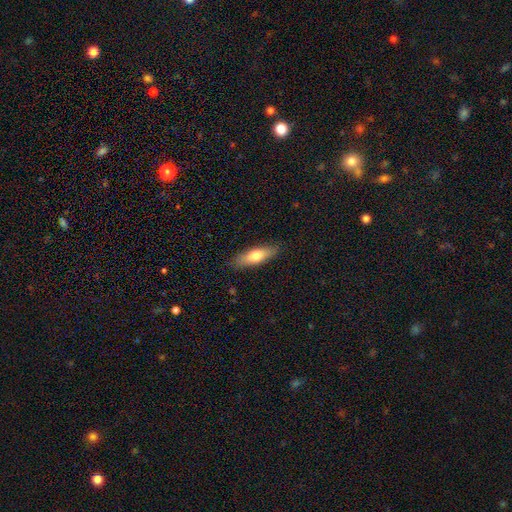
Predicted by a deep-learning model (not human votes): The model was most divided on "how rounded" (2-way tie): cigar-shaped: 49%, in between: 49%, round: 2%. More confident: merging — none (86%); smooth or featured — smooth (71%).